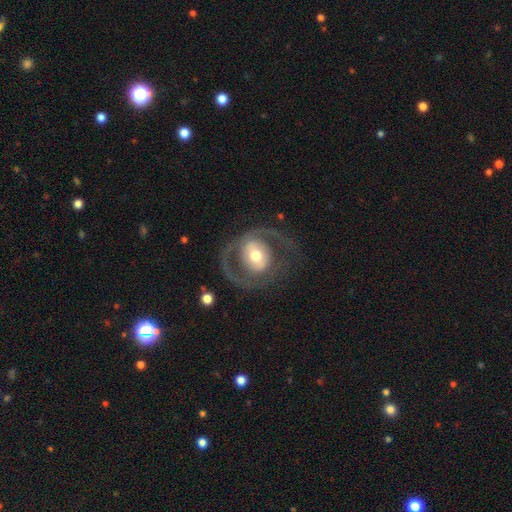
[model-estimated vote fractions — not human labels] This appears to be a featured or disk galaxy (73%) with no bar (48%), spiral arms (60%) and a moderate central bulge (68%). Merging: none (69%).